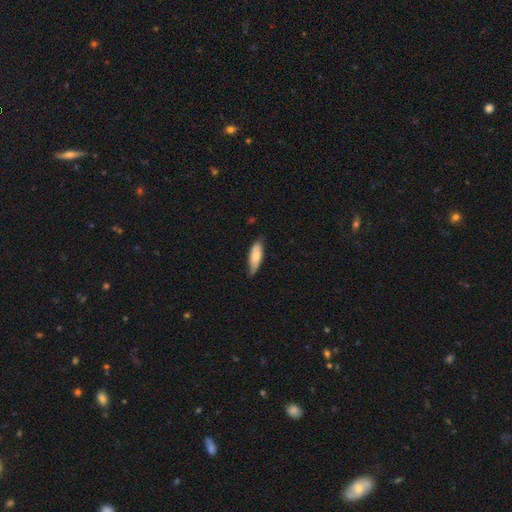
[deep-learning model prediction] Smooth or featured: smooth — 72% (featured or disk — 22%)
How rounded: in between — 57% (cigar-shaped — 42%)
Merging: none — 69% (minor disturbance — 26%)